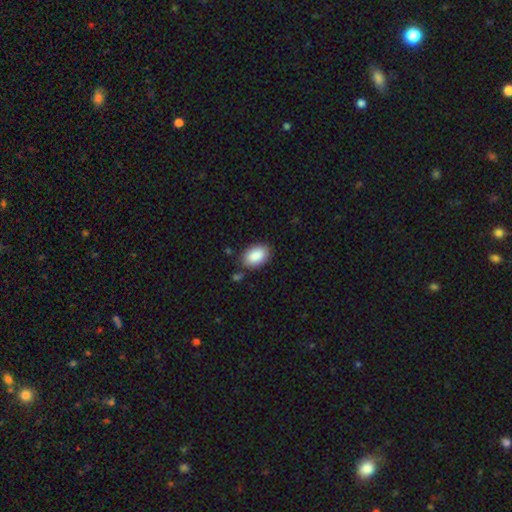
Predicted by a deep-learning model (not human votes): smooth 89%, star or artifact 6%, featured or disk 4%. Down the decision tree: how rounded — in between (90%); merging — none (81%).